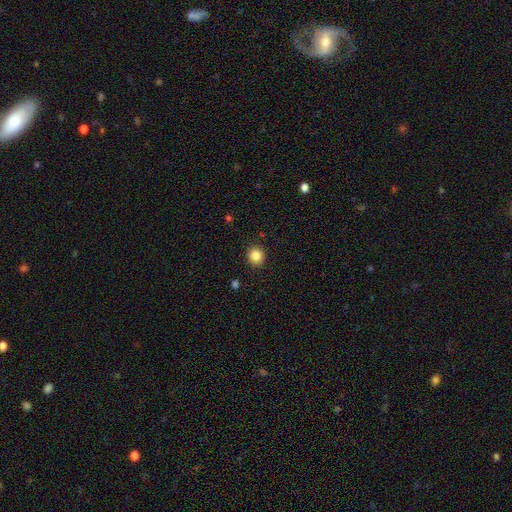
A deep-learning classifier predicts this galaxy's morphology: A smooth galaxy with no disk features (85%) that is round (86%). Merging: none (91%).